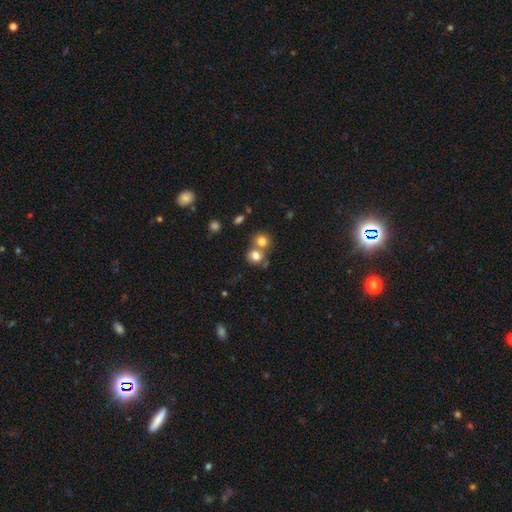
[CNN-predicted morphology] smooth-or-featured: smooth: 78% | star or artifact: 12% | featured or disk: 11%
  how-rounded: round: 77% | in between: 22% | cigar-shaped: 1%
  merging: merger: 47% | none: 41% | minor disturbance: 8% | major disturbance: 4%